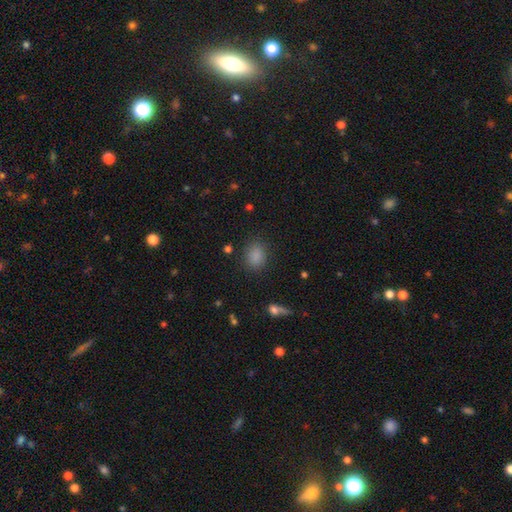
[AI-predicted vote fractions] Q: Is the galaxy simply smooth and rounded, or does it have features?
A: smooth — 84%.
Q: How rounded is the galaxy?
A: in between — 60%.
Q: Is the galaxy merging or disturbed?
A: none — 82%.